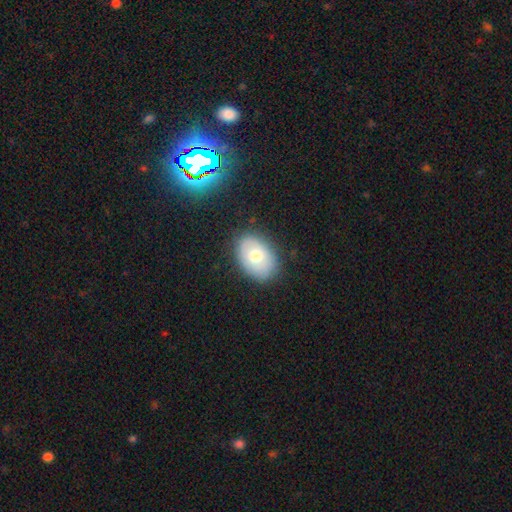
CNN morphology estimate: Smooth or featured? smooth (68%)
How rounded? in between (80%)
Merging? none (83%)